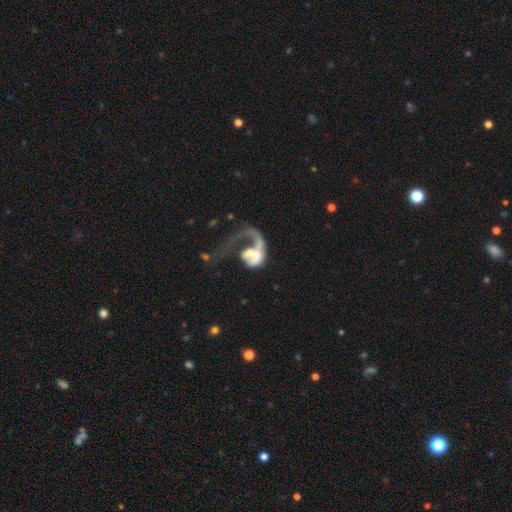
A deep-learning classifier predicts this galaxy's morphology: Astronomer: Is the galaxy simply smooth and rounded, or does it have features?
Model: featured or disk — 64%.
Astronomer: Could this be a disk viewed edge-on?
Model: no — 97%.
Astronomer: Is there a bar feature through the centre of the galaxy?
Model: no — 72%.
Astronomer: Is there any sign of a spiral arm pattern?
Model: yes — 60% (runner-up: no, 40%).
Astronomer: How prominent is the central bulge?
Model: moderate — 34% (runner-up: none, 22%).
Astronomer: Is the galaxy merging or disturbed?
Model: major disturbance — 49% (runner-up: merger, 29%).